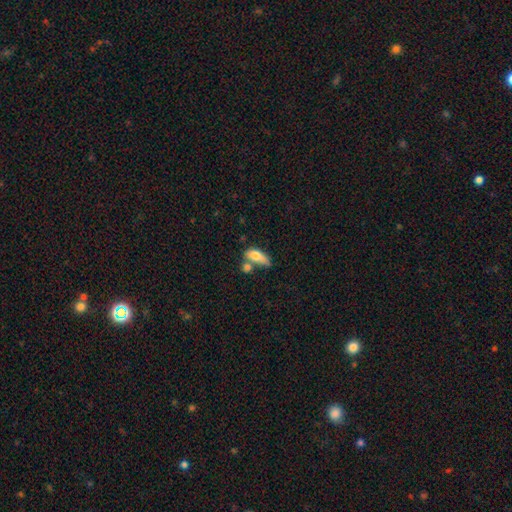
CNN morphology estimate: smooth 71%, featured or disk 22%, star or artifact 7%. Down the decision tree: how rounded — in between (75%); merging — merger (38%).